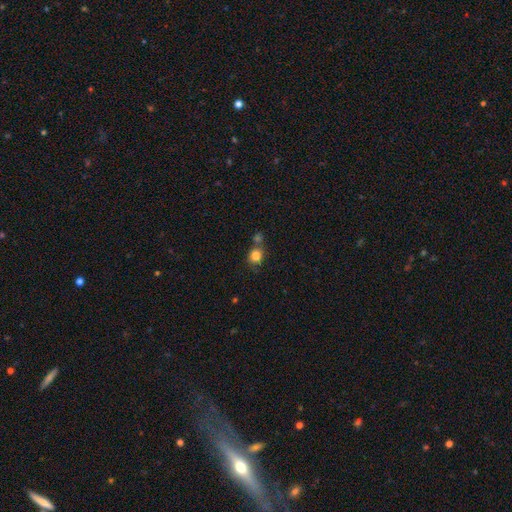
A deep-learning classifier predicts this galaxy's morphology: A smooth galaxy with no disk features (83%) that is round (76%).

Vote fractions:
- Smooth or featured? smooth: 83% / star or artifact: 11% / featured or disk: 6%
- How rounded? round: 76% / in between: 23% / cigar-shaped: 1%
- Merging? none: 57% / merger: 26% / minor disturbance: 13% / major disturbance: 5%